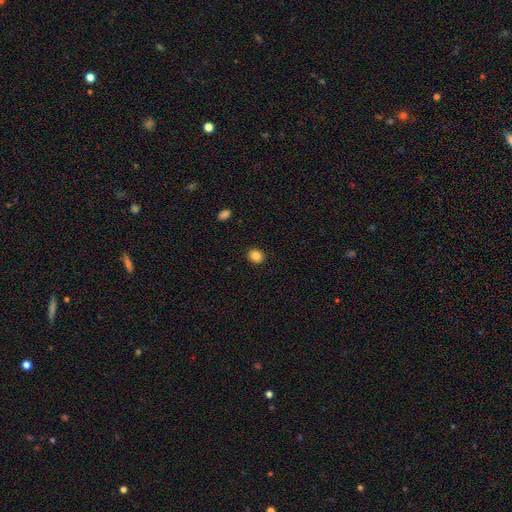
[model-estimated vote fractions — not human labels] smooth_or_featured: smooth (p=0.86) [alt: star or artifact p=0.10]
how_rounded: round (p=0.66) [alt: in between p=0.33]
merging: none (p=0.91) [alt: minor disturbance p=0.06]